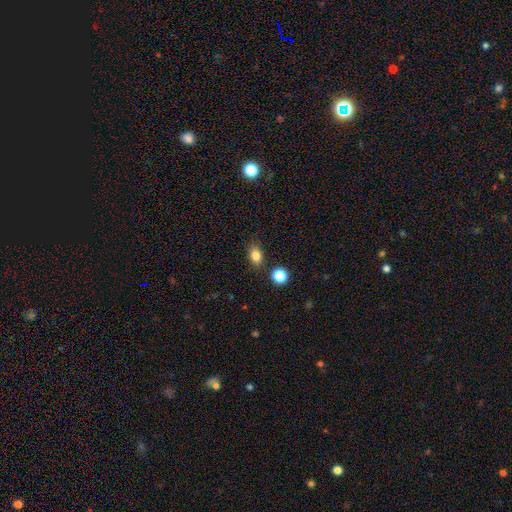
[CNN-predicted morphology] Smooth or featured? Predicted: smooth (p=0.83). How rounded? Predicted: in between (p=0.71). Merging? Predicted: none (p=0.80).